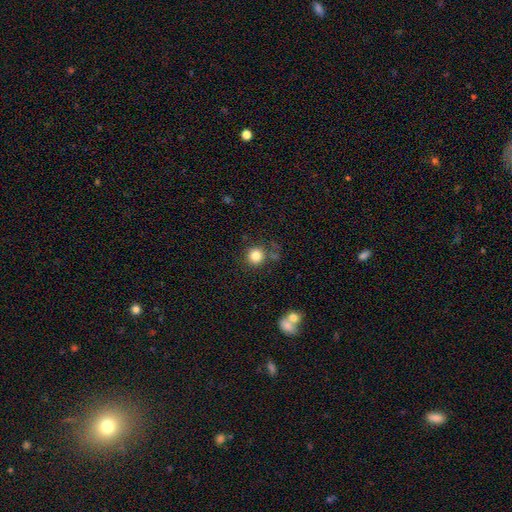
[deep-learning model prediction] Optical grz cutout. It shows a smooth galaxy with no disk features (83%) that is round (92%). Merging: none (77%).